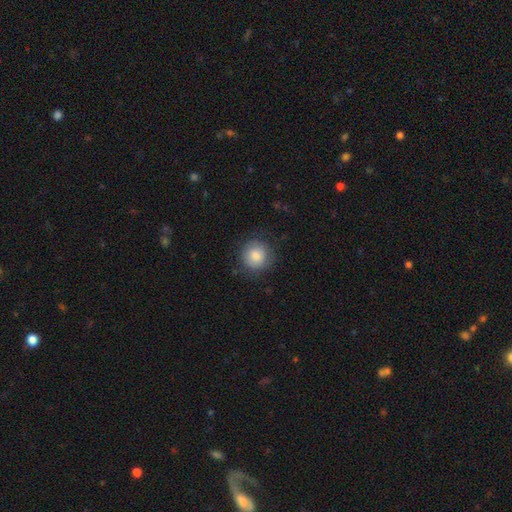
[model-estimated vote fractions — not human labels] smooth 80%, featured or disk 11%, star or artifact 8%. Down the decision tree: how rounded — round (93%); merging — none (82%).